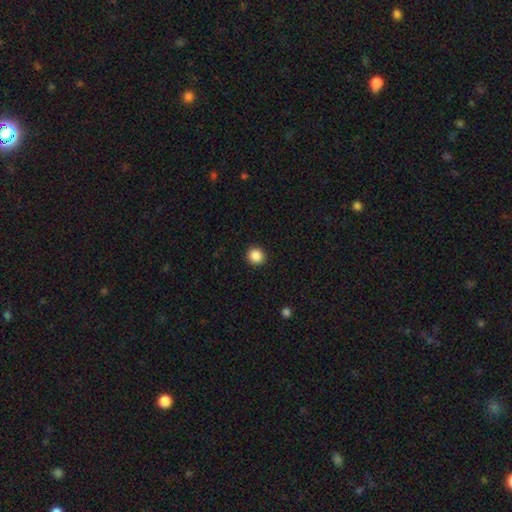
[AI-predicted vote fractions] This appears to be a smooth galaxy with no disk features (87%) that is round (93%). Merging: none (92%).